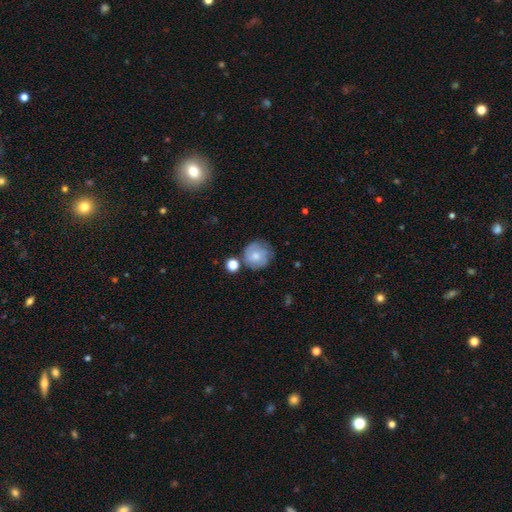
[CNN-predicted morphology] A smooth galaxy with no disk features (61%) that is round (90%). Merging: none (66%).